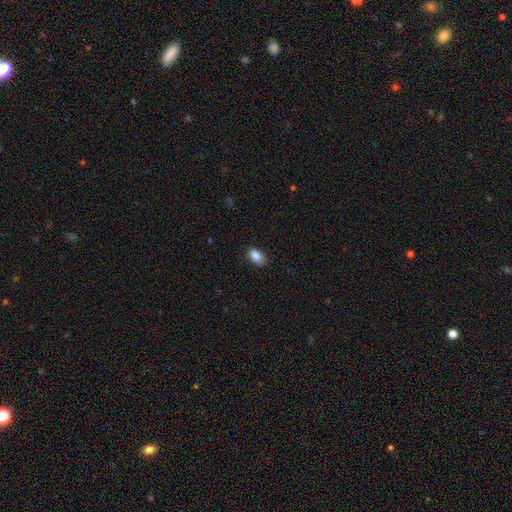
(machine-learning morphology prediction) Smooth or featured?
  - smooth: 87% *
  - star or artifact: 8%
  - featured or disk: 5%
How rounded?
  - in between: 88% *
  - round: 11%
  - cigar-shaped: 2%
Merging?
  - none: 82% *
  - minor disturbance: 14%
  - major disturbance: 3%
  - merger: 1%